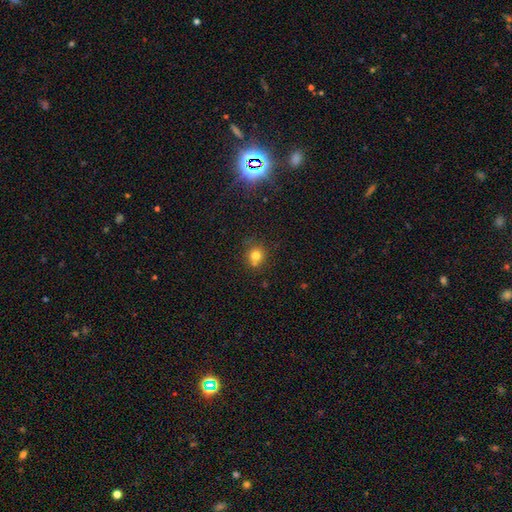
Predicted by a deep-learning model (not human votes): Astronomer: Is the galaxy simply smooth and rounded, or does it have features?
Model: smooth — 76%.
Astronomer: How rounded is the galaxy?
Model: round — 85%.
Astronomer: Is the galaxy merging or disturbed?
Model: none — 66%.